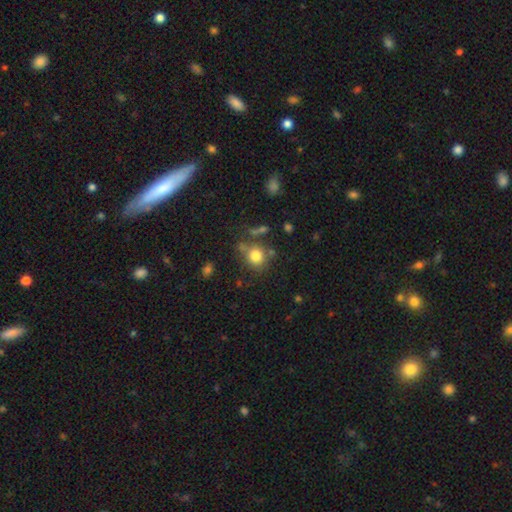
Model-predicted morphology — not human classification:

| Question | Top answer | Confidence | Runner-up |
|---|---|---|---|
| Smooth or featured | smooth | 79% | star or artifact (12%) |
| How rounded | round | 81% | in between (18%) |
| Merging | none | 68% | minor disturbance (15%) |